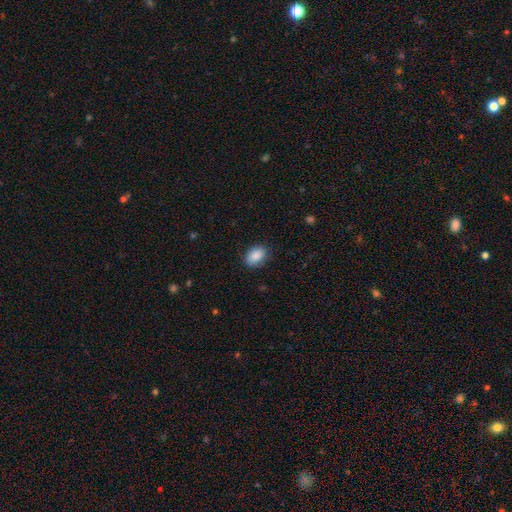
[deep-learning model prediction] A smooth galaxy with no disk features (88%) that is in between round and cigar-shaped (84%).

Vote fractions:
- Smooth or featured? smooth: 88% / star or artifact: 7% / featured or disk: 5%
- How rounded? in between: 84% / round: 14% / cigar-shaped: 1%
- Merging? none: 83% / minor disturbance: 13% / major disturbance: 3% / merger: 1%